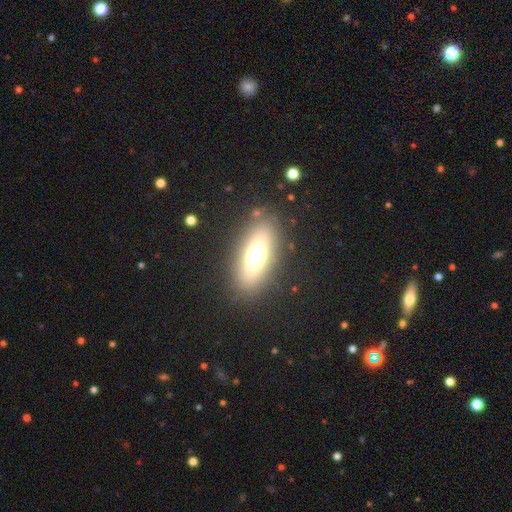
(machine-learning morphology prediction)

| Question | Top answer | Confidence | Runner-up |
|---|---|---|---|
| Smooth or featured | smooth | 57% | featured or disk (28%) |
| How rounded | in between | 73% | cigar-shaped (19%) |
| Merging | none | 85% | minor disturbance (9%) |